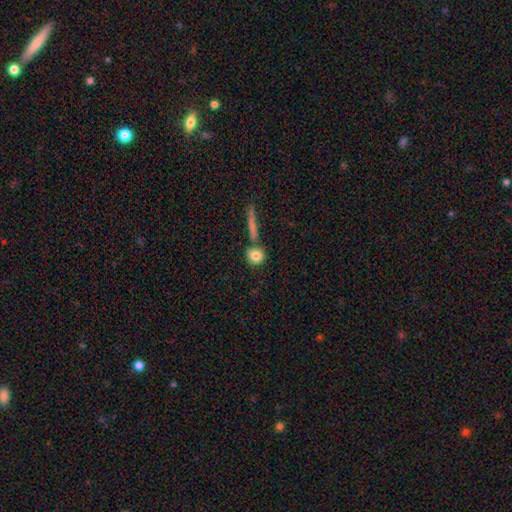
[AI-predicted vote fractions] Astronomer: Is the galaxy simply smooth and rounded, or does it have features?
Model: smooth — 81%.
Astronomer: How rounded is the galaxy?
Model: round — 87%.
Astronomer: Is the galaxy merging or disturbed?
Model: none — 73%.